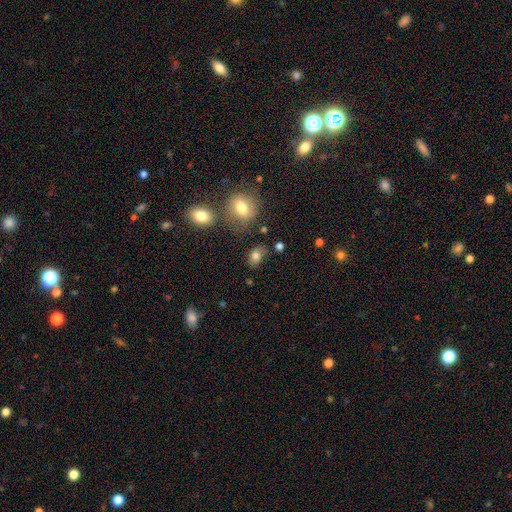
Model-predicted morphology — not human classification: smooth 78%, featured or disk 12%, star or artifact 11%. Down the decision tree: how rounded — in between (77%); merging — none (66%).